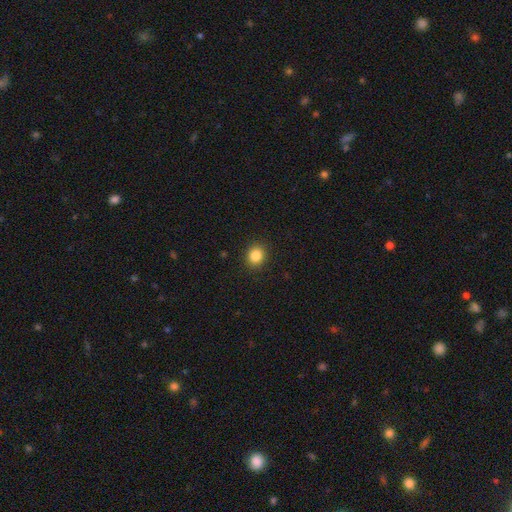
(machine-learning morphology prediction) This appears to be a smooth galaxy with no disk features (85%) that is round (77%). Merging: none (91%).